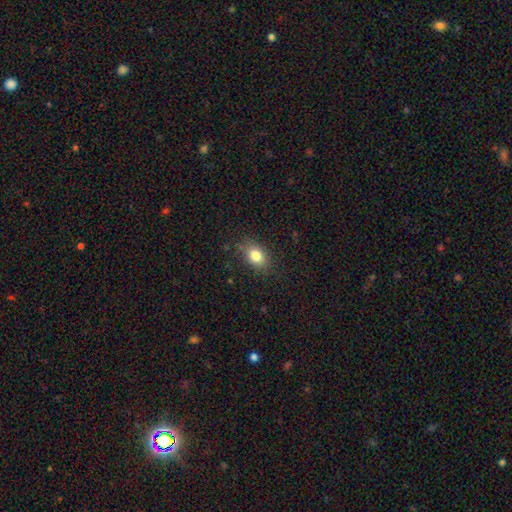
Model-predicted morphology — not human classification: A smooth galaxy with no disk features (82%) that is in between round and cigar-shaped (69%).

Vote fractions:
- Smooth or featured? smooth: 82% / star or artifact: 10% / featured or disk: 8%
- How rounded? in between: 69% / round: 29% / cigar-shaped: 2%
- Merging? none: 79% / minor disturbance: 16% / major disturbance: 4% / merger: 1%